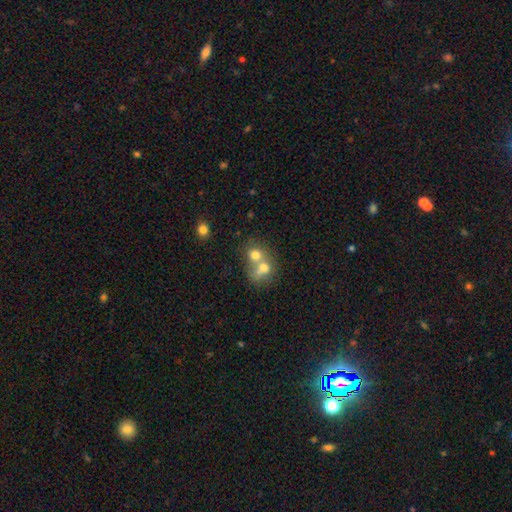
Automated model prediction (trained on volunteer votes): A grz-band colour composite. It shows a smooth galaxy with no disk features (69%) that is round (64%). Merging: merger (69%).